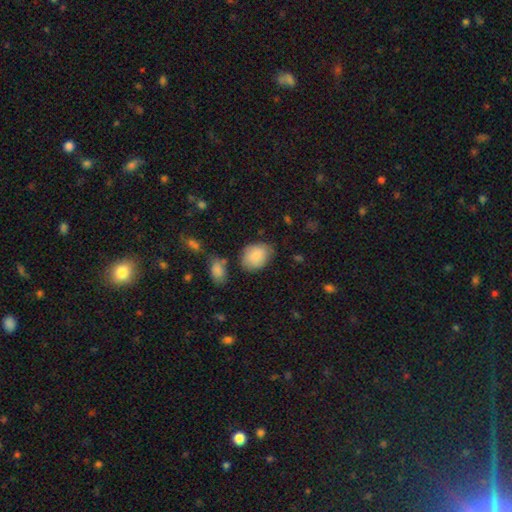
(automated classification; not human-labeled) Q: Smooth or featured?
A: smooth (85%); runner-up: featured or disk (8%)
Q: How rounded?
A: in between (52%); runner-up: round (47%)
Q: Merging?
A: none (66%); runner-up: minor disturbance (24%)